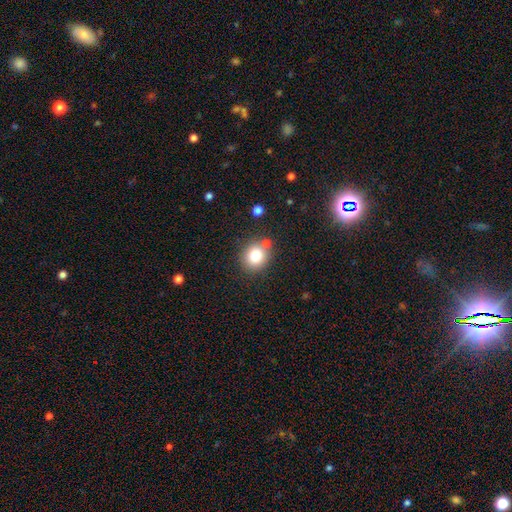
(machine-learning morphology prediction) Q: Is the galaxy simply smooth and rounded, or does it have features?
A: smooth — 78%.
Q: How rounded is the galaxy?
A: round — 79%.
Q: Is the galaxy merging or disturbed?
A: none — 76%.